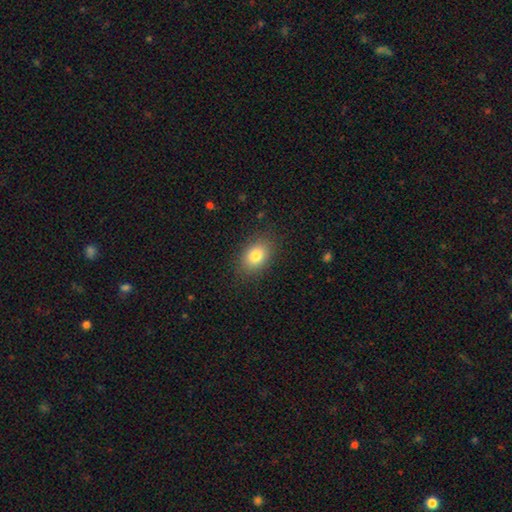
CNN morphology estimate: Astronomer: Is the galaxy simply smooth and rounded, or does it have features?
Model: smooth — 81%.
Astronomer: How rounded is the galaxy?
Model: in between — 76%.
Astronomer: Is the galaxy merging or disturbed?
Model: none — 86%.